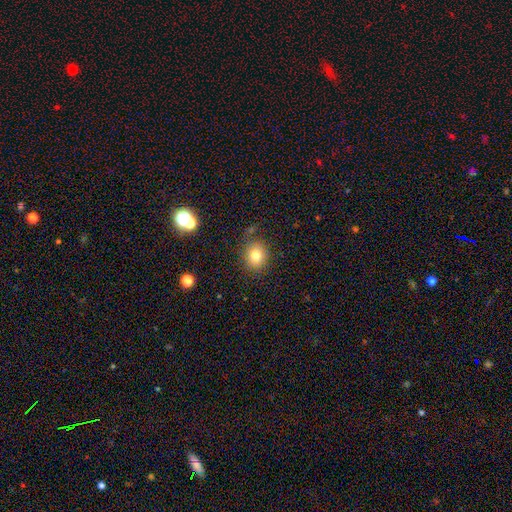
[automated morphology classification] type=smooth (78%); roundness=round (71%); merging=none (82%).